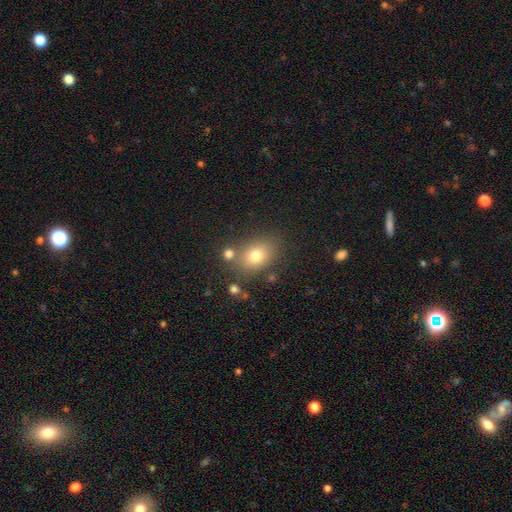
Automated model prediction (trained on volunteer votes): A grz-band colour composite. It shows a smooth galaxy with no disk features (75%) that is in between round and cigar-shaped (66%). Merging: none (73%).